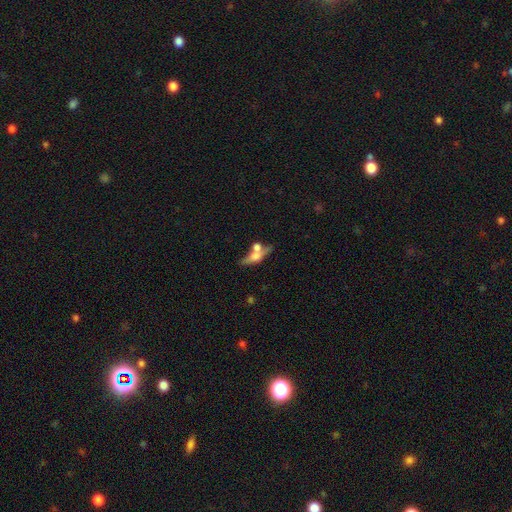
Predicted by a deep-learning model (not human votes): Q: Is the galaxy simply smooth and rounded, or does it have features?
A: featured or disk — 48%.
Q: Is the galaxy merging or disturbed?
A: none — 42%.